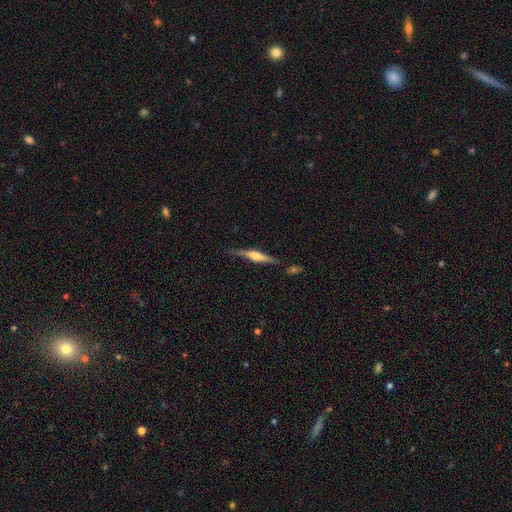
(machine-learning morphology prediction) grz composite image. It shows a featured or disk galaxy (71%) viewed edge-on (97%) with a rounded central bulge (81%). Merging: none (78%).